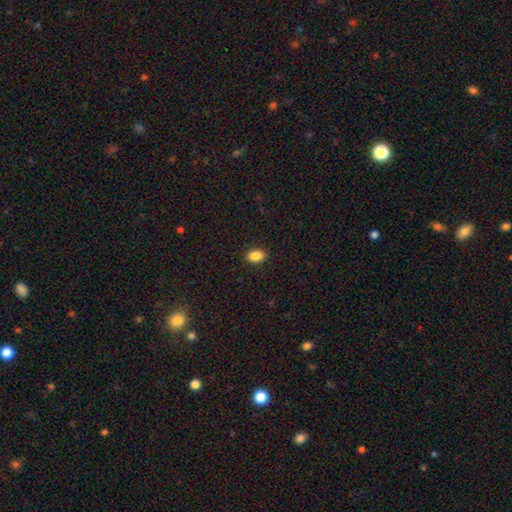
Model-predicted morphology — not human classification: A smooth galaxy with no disk features (88%) that is in between round and cigar-shaped (86%).

Vote fractions:
- Smooth or featured? smooth: 88% / star or artifact: 8% / featured or disk: 4%
- How rounded? in between: 86% / round: 12% / cigar-shaped: 2%
- Merging? none: 90% / minor disturbance: 7% / major disturbance: 2% / merger: 1%